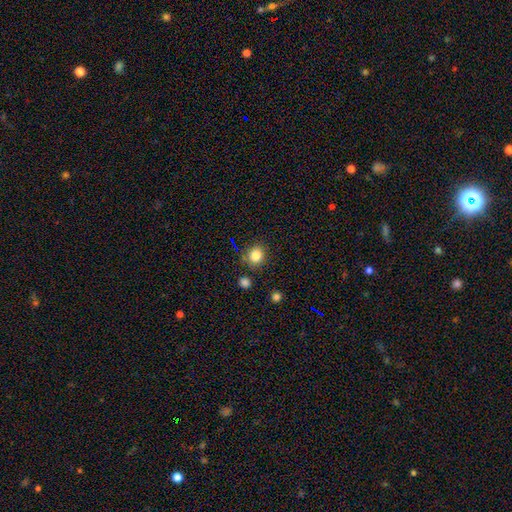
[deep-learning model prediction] smooth-or-featured: smooth: 83% | star or artifact: 11% | featured or disk: 5%
  how-rounded: round: 77% | in between: 22% | cigar-shaped: 1%
  merging: none: 80% | minor disturbance: 11% | merger: 6% | major disturbance: 3%